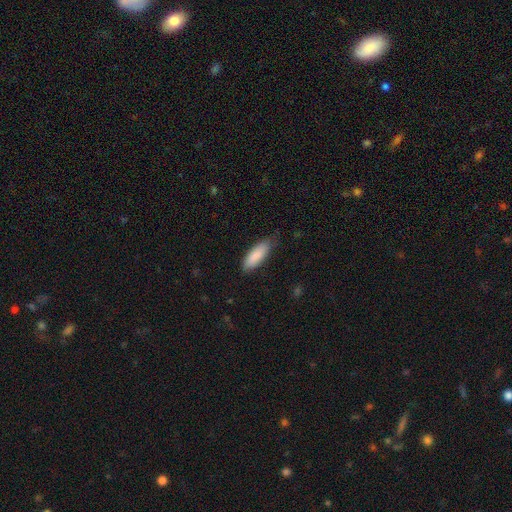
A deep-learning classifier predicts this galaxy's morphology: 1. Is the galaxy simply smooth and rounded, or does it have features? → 87% smooth, 8% featured or disk, 5% star or artifact.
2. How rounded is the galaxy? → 63% in between, 36% cigar-shaped, 1% round.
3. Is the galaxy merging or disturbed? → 75% none, 20% minor disturbance, 3% major disturbance, 1% merger.